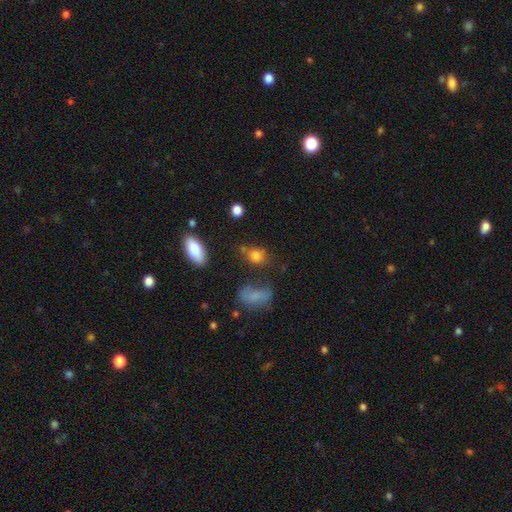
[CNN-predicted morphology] smooth-or-featured: smooth: 80% | star or artifact: 12% | featured or disk: 8%
  how-rounded: round: 51% | in between: 46% | cigar-shaped: 3%
  merging: none: 59% | minor disturbance: 19% | merger: 12% | major disturbance: 9%